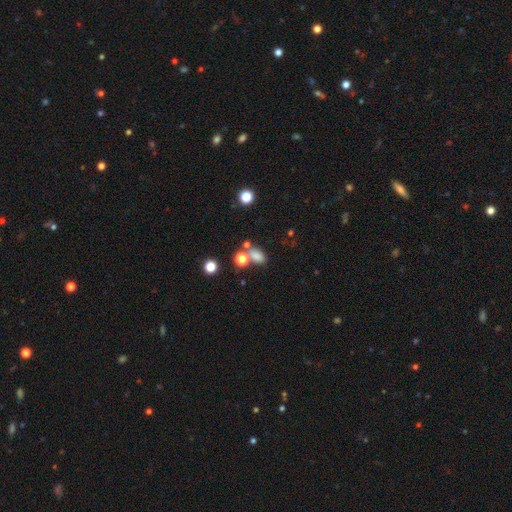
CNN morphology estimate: Smooth or featured? smooth (76%)
How rounded? in between (80%)
Merging? none (54%)